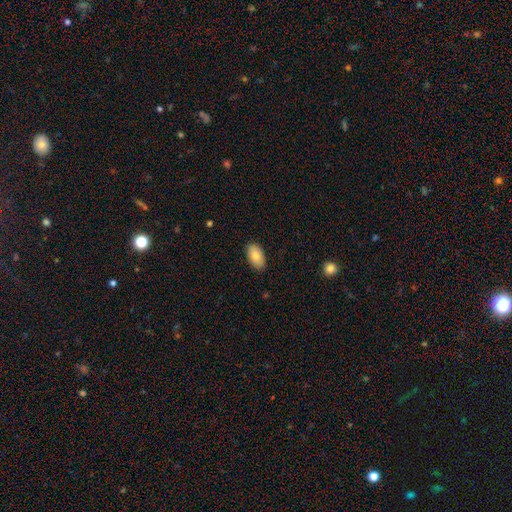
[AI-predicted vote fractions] smooth 82%, featured or disk 11%, star or artifact 7%. Down the decision tree: how rounded — in between (94%); merging — none (87%).